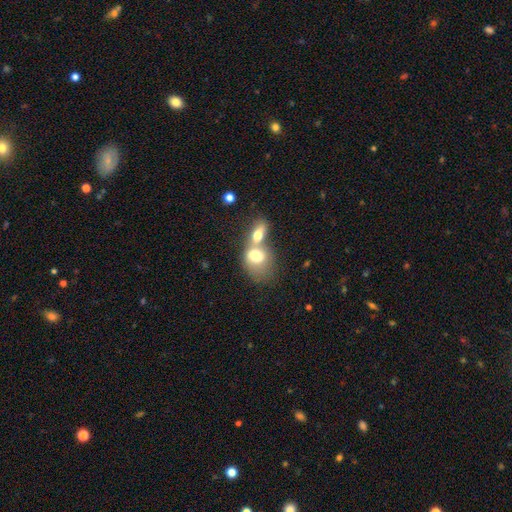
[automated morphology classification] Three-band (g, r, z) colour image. It shows a smooth galaxy with no disk features (69%) that is in between round and cigar-shaped (67%). Merging: merger (75%).